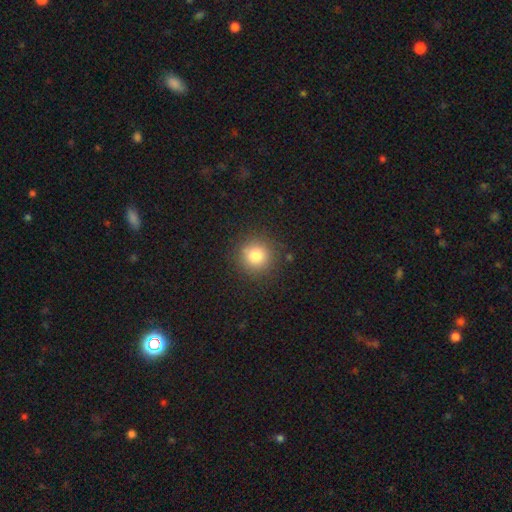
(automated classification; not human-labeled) smooth 80%, star or artifact 12%, featured or disk 7%. Down the decision tree: how rounded — round (93%); merging — none (87%).